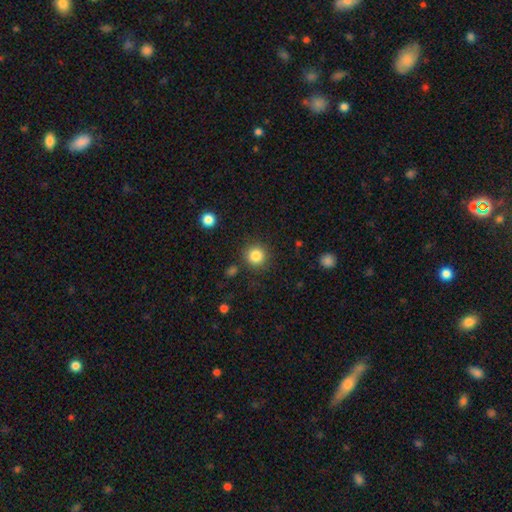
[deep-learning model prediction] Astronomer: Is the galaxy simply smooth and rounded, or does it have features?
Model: smooth — 84%.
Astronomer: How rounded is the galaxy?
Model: round — 93%.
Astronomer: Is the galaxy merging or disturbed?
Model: none — 88%.